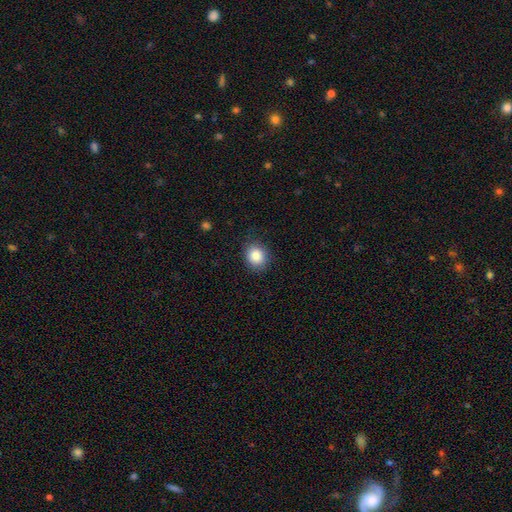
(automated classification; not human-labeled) Smooth or featured?
  - smooth: 86% *
  - star or artifact: 9%
  - featured or disk: 5%
How rounded?
  - round: 70% *
  - in between: 29%
  - cigar-shaped: 1%
Merging?
  - none: 84% *
  - minor disturbance: 12%
  - major disturbance: 3%
  - merger: 1%